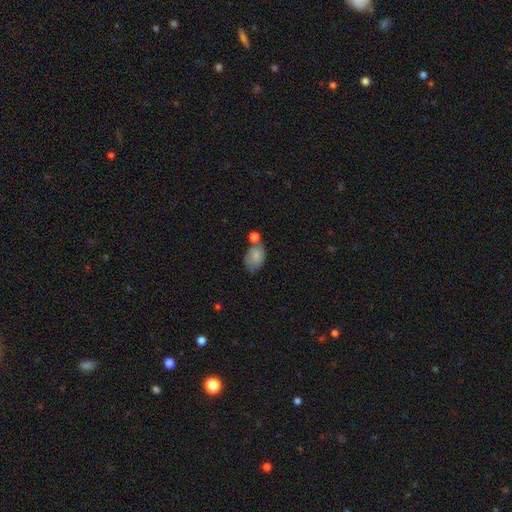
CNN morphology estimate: Smooth or featured?
  - smooth: 72% *
  - featured or disk: 20%
  - star or artifact: 8%
How rounded?
  - in between: 79% *
  - round: 20%
  - cigar-shaped: 1%
Merging?
  - none: 41% *
  - merger: 29%
  - minor disturbance: 22%
  - major disturbance: 9%